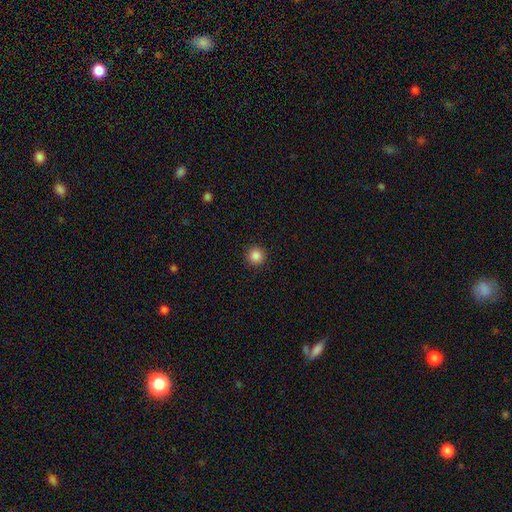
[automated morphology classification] This is clearly a smooth galaxy (86%). How rounded: clearly round (95%). Merging: clearly none (93%).